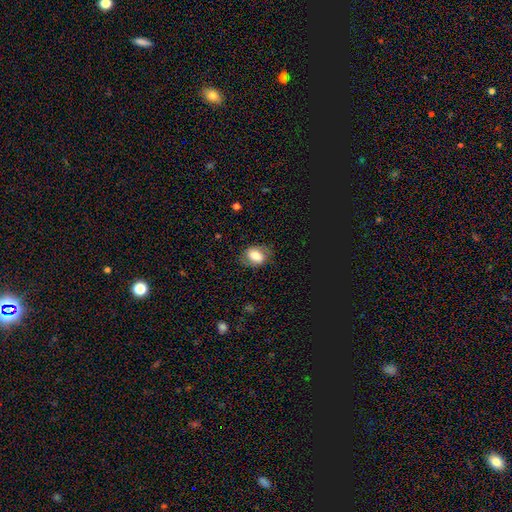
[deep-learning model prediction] A smooth galaxy with no disk features (73%) that is in between round and cigar-shaped (72%). Merging: none (73%).